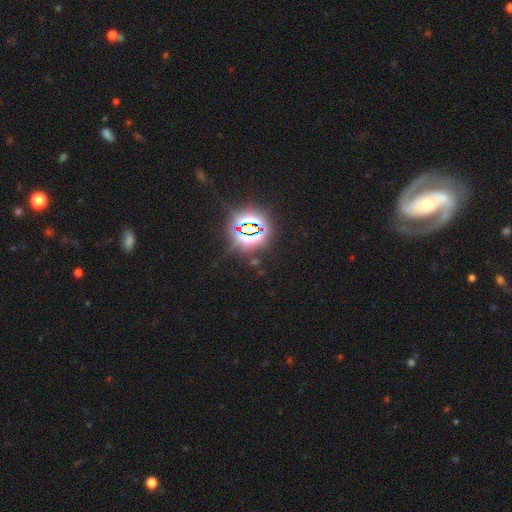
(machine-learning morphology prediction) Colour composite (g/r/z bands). It shows a star or artifact, not a galaxy (83%).